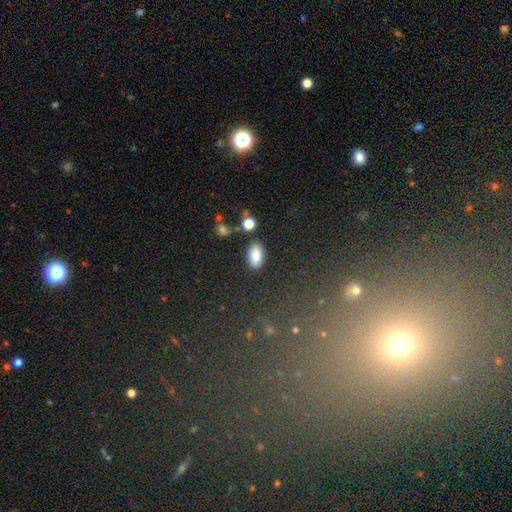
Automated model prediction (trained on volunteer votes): This appears to be a smooth galaxy with no disk features (87%) that is in between round and cigar-shaped (93%). Merging: none (83%).